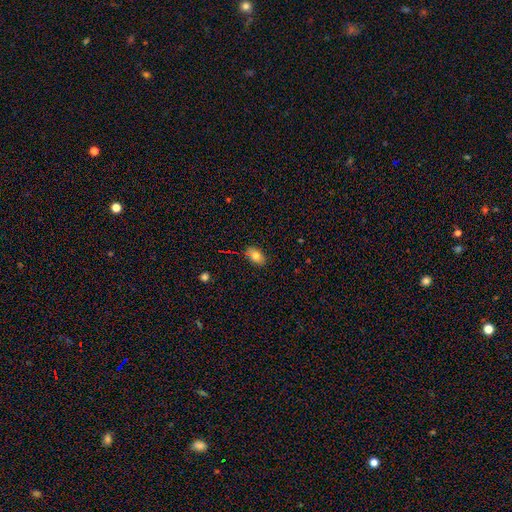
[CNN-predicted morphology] Smooth or featured: smooth — 79% (featured or disk — 12%)
How rounded: in between — 88% (round — 10%)
Merging: none — 83% (minor disturbance — 13%)